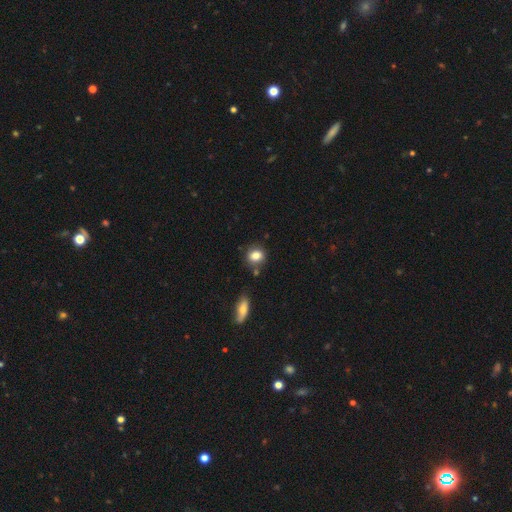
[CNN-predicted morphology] type=smooth (83%); roundness=round (62%); merging=none (74%).